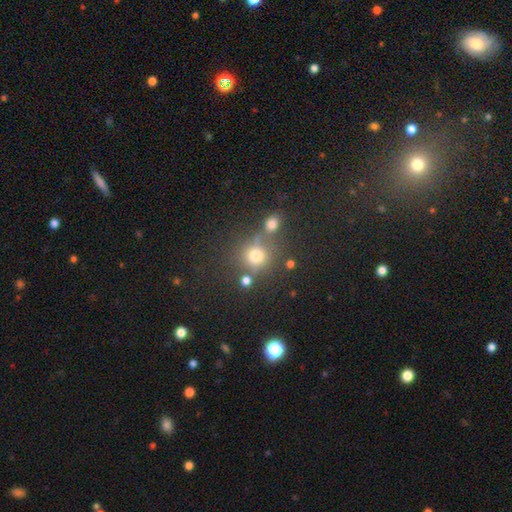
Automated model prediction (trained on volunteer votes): Smooth or featured: smooth — 69% (star or artifact — 20%)
How rounded: round — 85% (in between — 14%)
Merging: none — 63% (merger — 19%)